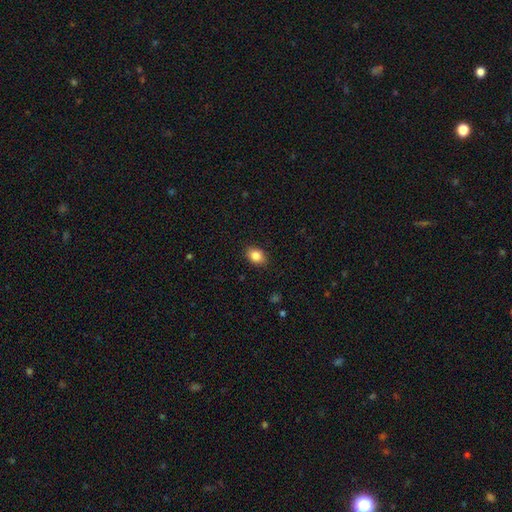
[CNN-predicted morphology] A smooth galaxy with no disk features (86%) that is in between round and cigar-shaped (66%). Merging: none (87%).